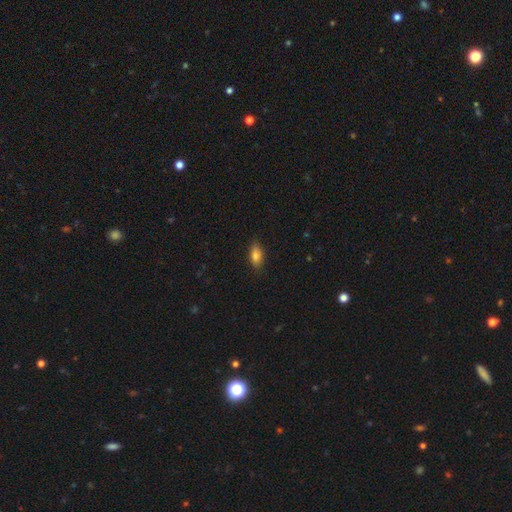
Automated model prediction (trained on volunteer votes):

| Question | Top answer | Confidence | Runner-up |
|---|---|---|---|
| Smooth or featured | smooth | 82% | featured or disk (10%) |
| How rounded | in between | 87% | cigar-shaped (8%) |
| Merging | none | 84% | minor disturbance (13%) |